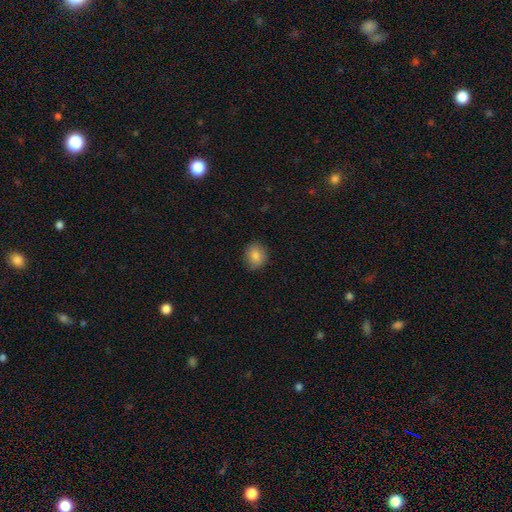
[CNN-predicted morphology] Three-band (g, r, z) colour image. It shows a smooth galaxy with no disk features (84%) that is round (74%). Merging: none (86%).